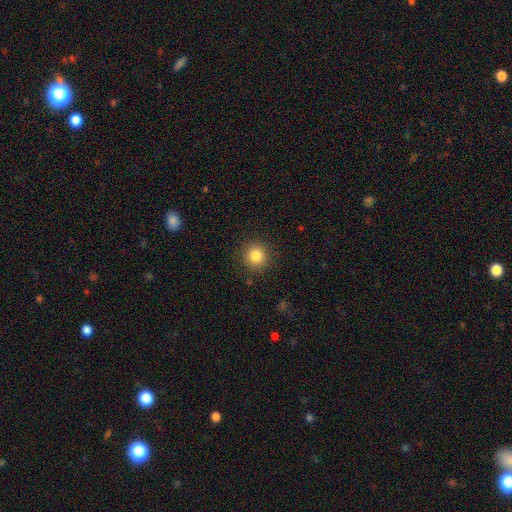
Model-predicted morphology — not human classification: smooth_or_featured: smooth (p=0.83) [alt: star or artifact p=0.11]
how_rounded: round (p=0.93) [alt: in between p=0.06]
merging: none (p=0.90) [alt: minor disturbance p=0.07]